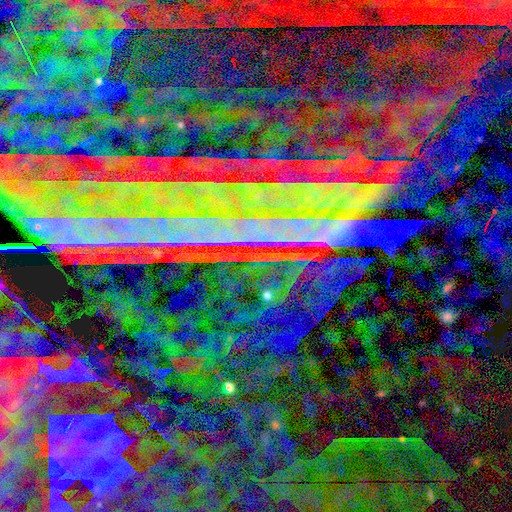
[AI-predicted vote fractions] This is clearly a star or artifact rather than a galaxy (89%).